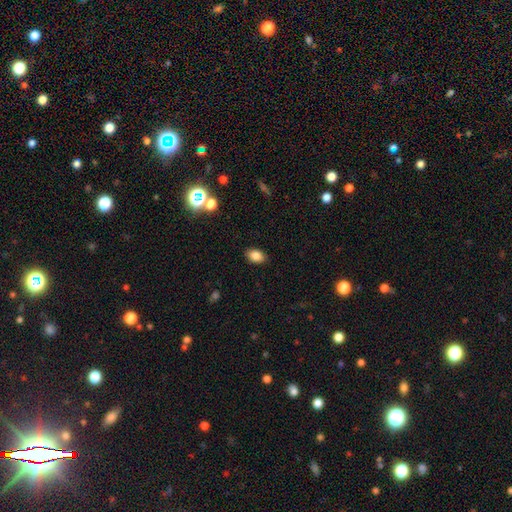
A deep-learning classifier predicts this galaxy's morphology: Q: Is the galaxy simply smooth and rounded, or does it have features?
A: smooth — 84%.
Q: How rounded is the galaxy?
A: in between — 87%.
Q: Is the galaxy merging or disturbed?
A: none — 88%.